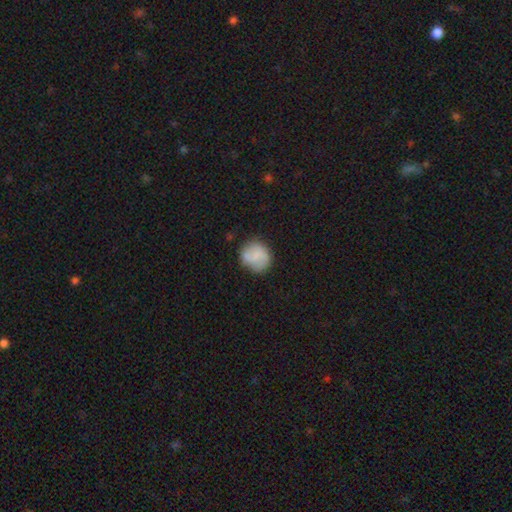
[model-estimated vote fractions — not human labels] This appears to be a smooth galaxy with no disk features (60%) that is round (87%). Merging: none (72%).